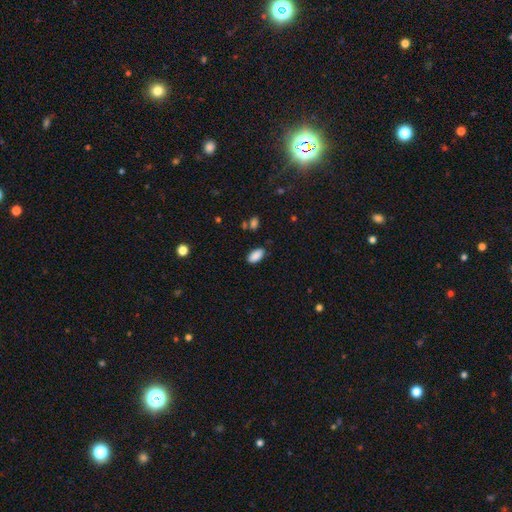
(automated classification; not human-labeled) smooth 89%, star or artifact 8%, featured or disk 4%. Down the decision tree: how rounded — in between (93%); merging — none (84%).